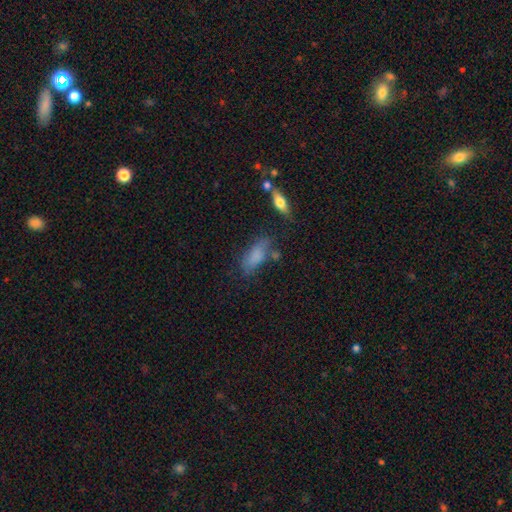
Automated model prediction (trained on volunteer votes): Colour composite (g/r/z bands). It shows a smooth galaxy with no disk features (77%) that is in between round and cigar-shaped (75%). Merging: none (57%).